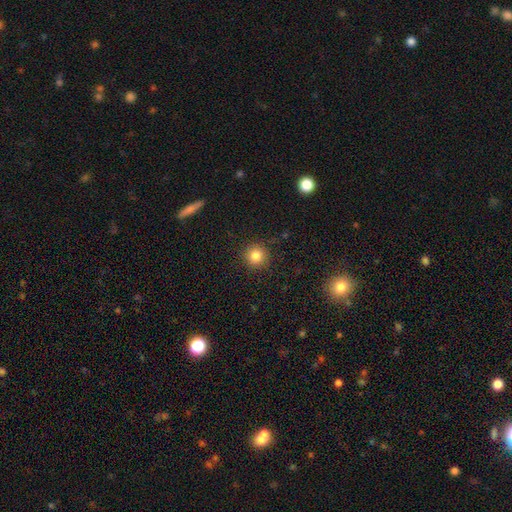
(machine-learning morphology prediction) Smooth or featured? smooth (83%)
How rounded? round (95%)
Merging? none (91%)